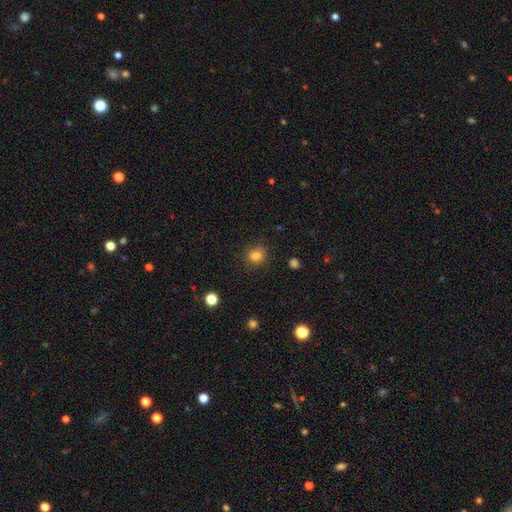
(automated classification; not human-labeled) smooth_or_featured: smooth (p=0.82) [alt: star or artifact p=0.12]
how_rounded: round (p=0.85) [alt: in between p=0.14]
merging: none (p=0.86) [alt: minor disturbance p=0.09]